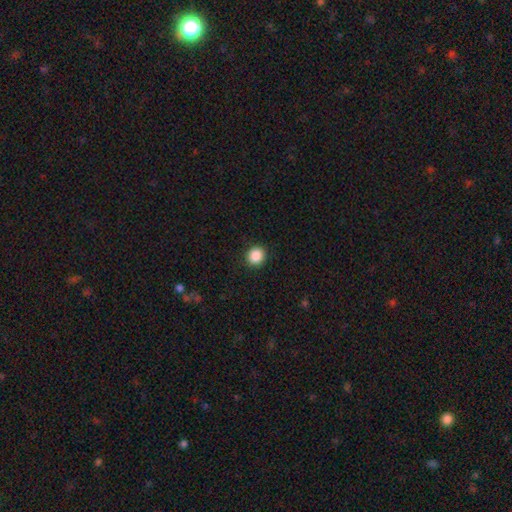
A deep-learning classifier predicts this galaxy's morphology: This appears to be a smooth galaxy with no disk features (88%) that is round (89%). Merging: none (92%).